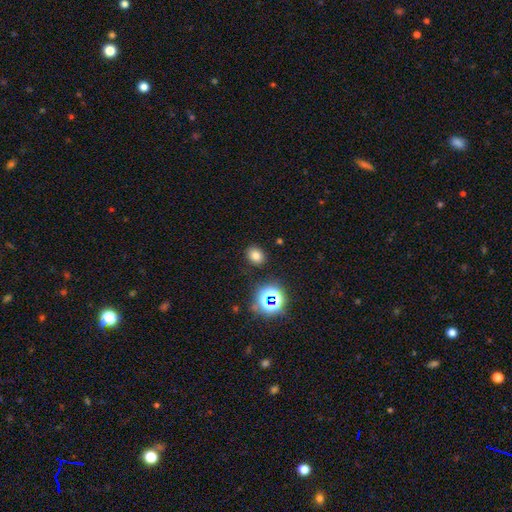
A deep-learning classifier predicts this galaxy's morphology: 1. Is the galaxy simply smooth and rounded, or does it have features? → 73% smooth, 20% star or artifact, 7% featured or disk.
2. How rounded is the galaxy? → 51% in between, 48% round, 1% cigar-shaped.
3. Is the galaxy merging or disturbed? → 86% none, 9% minor disturbance, 3% major disturbance, 2% merger.